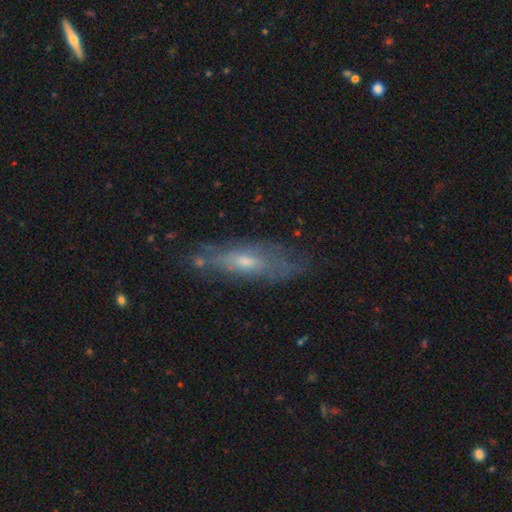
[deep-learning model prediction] The model was most divided on "edge-on disk": no: 60%, yes: 40%. More confident: merging — none (74%); smooth or featured — featured or disk (58%).